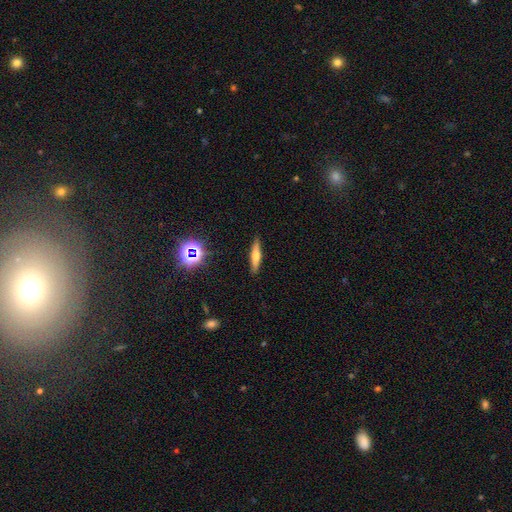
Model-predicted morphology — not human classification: Smooth or featured?
  - smooth: 54% *
  - featured or disk: 34%
  - star or artifact: 12%
How rounded?
  - cigar-shaped: 84% *
  - in between: 13%
  - round: 2%
Merging?
  - none: 88% *
  - minor disturbance: 8%
  - major disturbance: 2%
  - merger: 1%